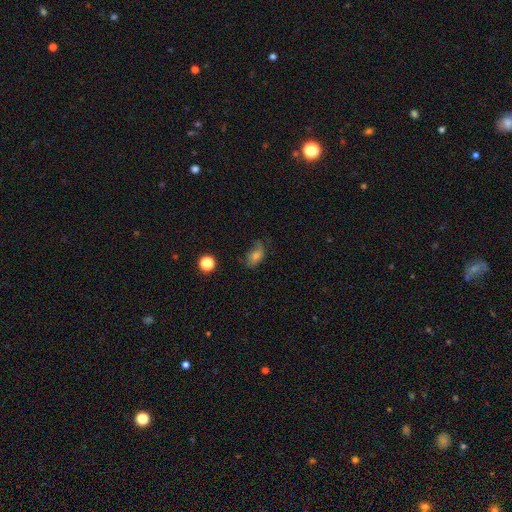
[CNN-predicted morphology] A smooth galaxy with no disk features (63%) that is in between round and cigar-shaped (81%).

Vote fractions:
- Smooth or featured? smooth: 63% / featured or disk: 22% / star or artifact: 15%
- How rounded? in between: 81% / round: 15% / cigar-shaped: 4%
- Merging? none: 53% / minor disturbance: 30% / major disturbance: 15% / merger: 2%